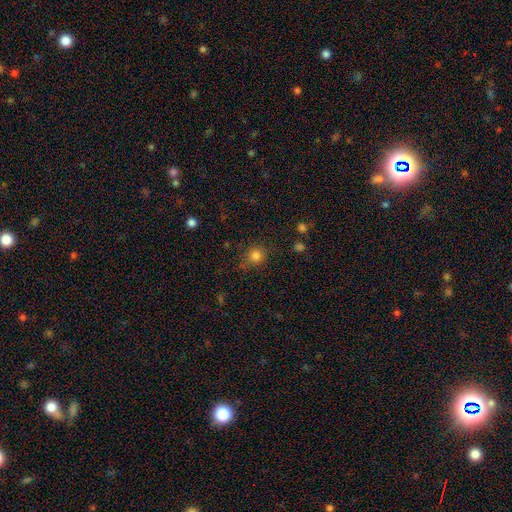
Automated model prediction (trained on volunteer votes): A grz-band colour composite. It shows a smooth galaxy with no disk features (82%) that is round (87%). Merging: none (76%).